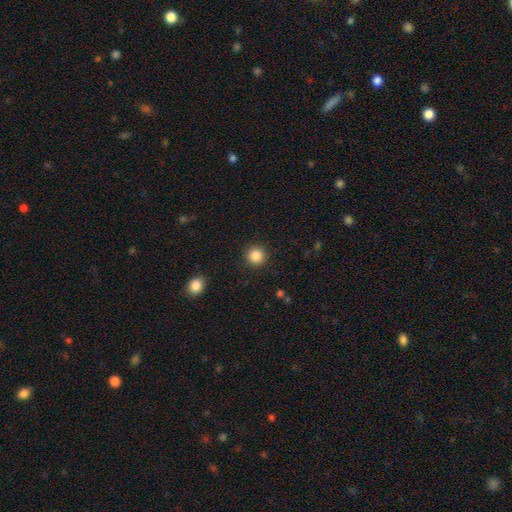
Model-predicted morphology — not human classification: This appears to be a smooth galaxy with no disk features (86%) that is round (94%). Merging: none (92%).